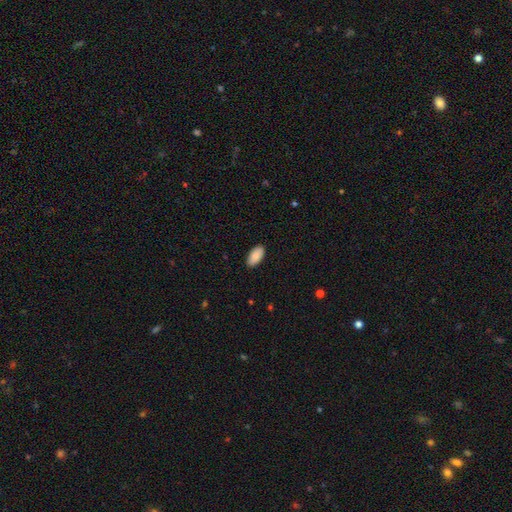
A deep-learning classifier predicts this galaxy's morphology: smooth 88%, star or artifact 6%, featured or disk 6%. Down the decision tree: how rounded — in between (95%); merging — none (89%).